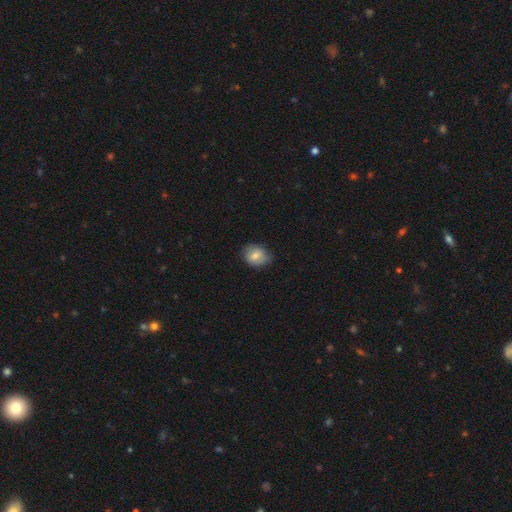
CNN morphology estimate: Smooth or featured?
  - smooth: 73% *
  - featured or disk: 19%
  - star or artifact: 8%
How rounded?
  - round: 53% *
  - in between: 46%
  - cigar-shaped: 1%
Merging?
  - none: 72% *
  - minor disturbance: 22%
  - major disturbance: 5%
  - merger: 1%